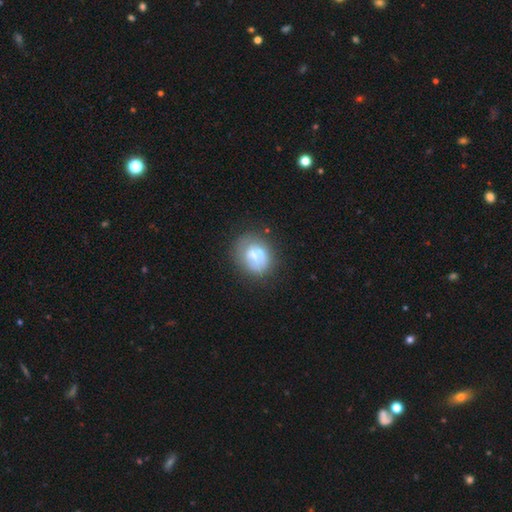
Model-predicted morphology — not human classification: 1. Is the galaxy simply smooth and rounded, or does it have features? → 50% smooth, 41% featured or disk, 8% star or artifact.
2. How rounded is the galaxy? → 55% round, 44% in between, 1% cigar-shaped.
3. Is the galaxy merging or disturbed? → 53% none, 24% minor disturbance, 13% major disturbance, 10% merger.